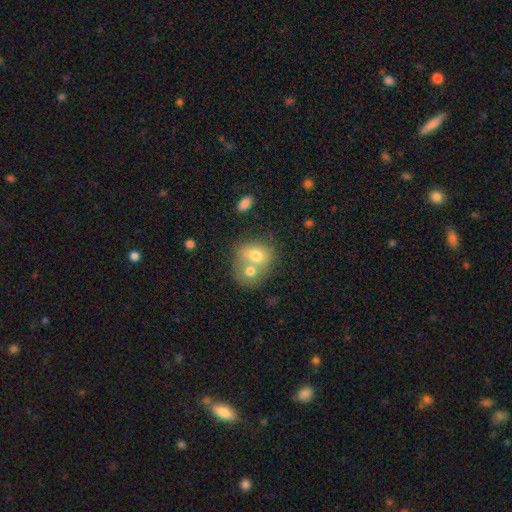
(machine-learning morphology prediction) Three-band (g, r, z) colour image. It shows a smooth galaxy with no disk features (68%) that is round (56%). Merging: merger (67%).